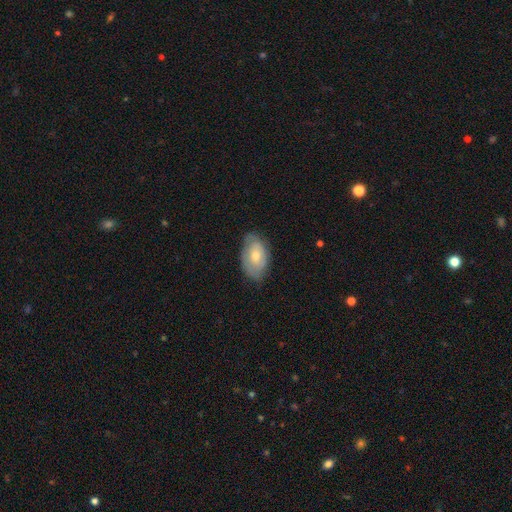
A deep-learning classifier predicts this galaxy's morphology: This appears to be a smooth galaxy with no disk features (46%, tied with featured or disk). Merging: none (72%).